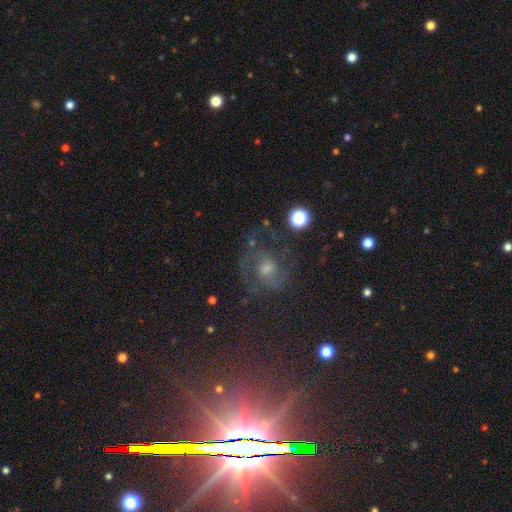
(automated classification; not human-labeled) featured or disk 53%, star or artifact 30%, smooth 17%. Down the decision tree: edge-on disk — no (94%); merging — none (66%).